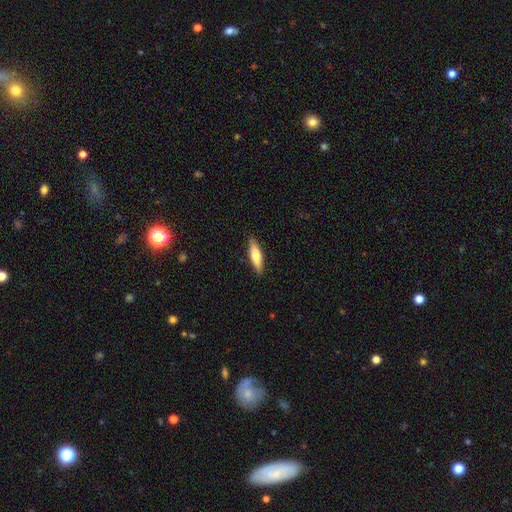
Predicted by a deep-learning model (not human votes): smooth-or-featured: smooth: 67% | featured or disk: 28% | star or artifact: 6%
  how-rounded: cigar-shaped: 64% | in between: 34% | round: 2%
  merging: none: 88% | minor disturbance: 9% | major disturbance: 2% | merger: 1%